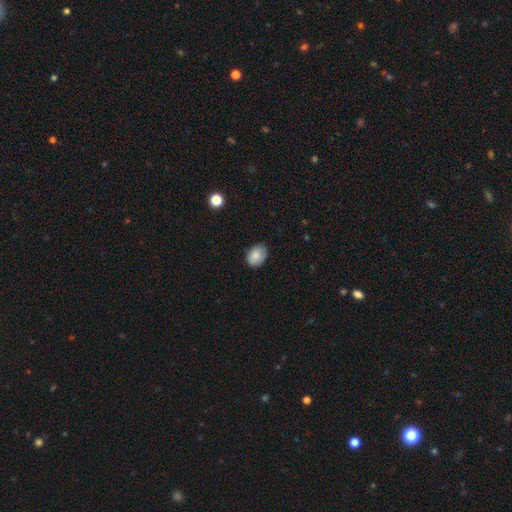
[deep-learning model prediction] The model was most divided on "how rounded": in between: 69%, round: 30%, cigar-shaped: 1%. More confident: smooth or featured — smooth (85%); merging — none (79%).